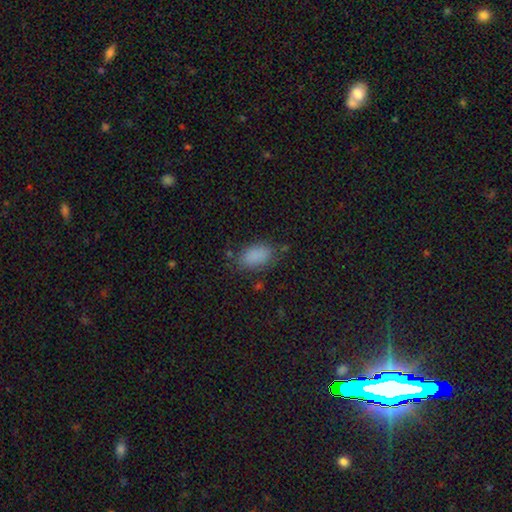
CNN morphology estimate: This appears to be a smooth galaxy with no disk features (87%) that is in between round and cigar-shaped (92%). Merging: none (77%).